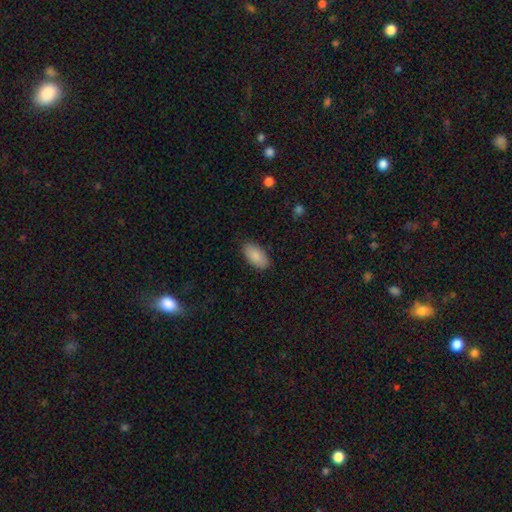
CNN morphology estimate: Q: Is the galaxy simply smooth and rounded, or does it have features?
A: smooth — 88%.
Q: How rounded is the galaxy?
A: in between — 94%.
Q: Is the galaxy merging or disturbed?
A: none — 87%.